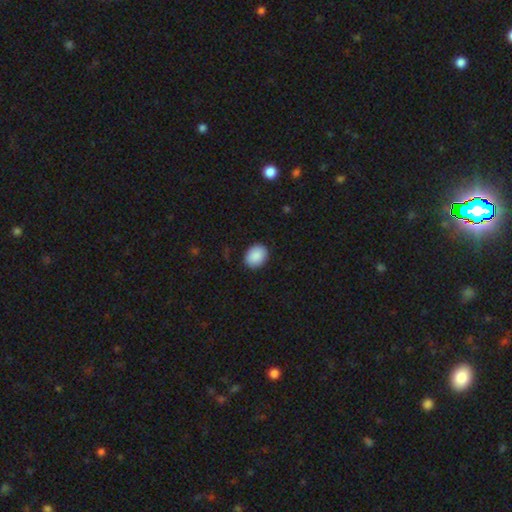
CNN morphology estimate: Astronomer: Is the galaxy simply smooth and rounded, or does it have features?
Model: smooth — 90%.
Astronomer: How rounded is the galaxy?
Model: in between — 59% (runner-up: round, 41%).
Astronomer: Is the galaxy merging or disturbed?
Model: none — 88%.